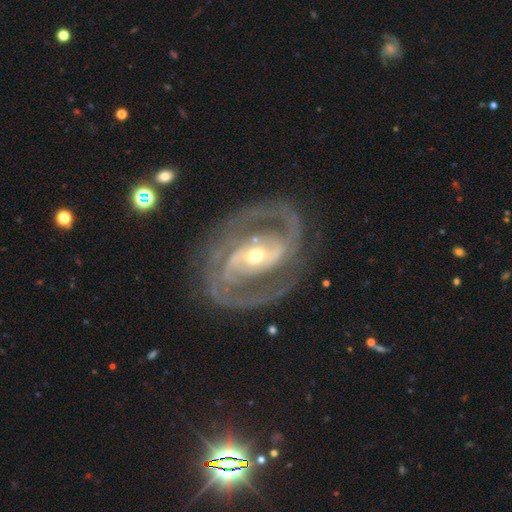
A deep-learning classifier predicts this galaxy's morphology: Q: Smooth or featured?
A: featured or disk (91%); runner-up: star or artifact (5%)
Q: Edge-on disk?
A: no (97%); runner-up: yes (3%)
Q: Bar?
A: strong (46%); runner-up: weak (33%)
Q: Spiral arms?
A: yes (98%); runner-up: no (2%)
Q: Spiral winding?
A: medium (50%); runner-up: tight (41%)
Q: Spiral arm count?
A: 2 (84%); runner-up: 3 (7%)
Q: Bulge size?
A: moderate (48%); runner-up: small (47%)
Q: Merging?
A: none (78%); runner-up: minor disturbance (14%)